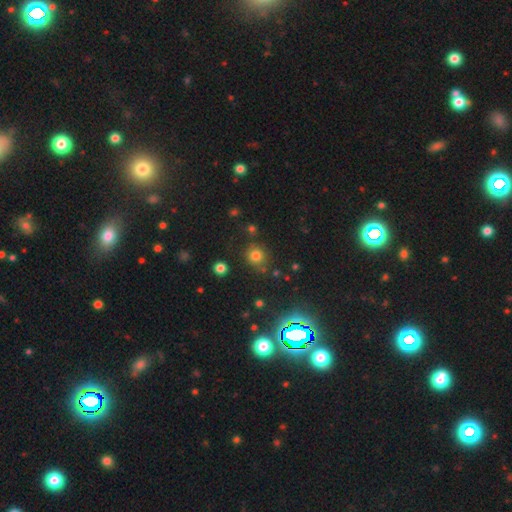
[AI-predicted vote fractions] Overall: smooth (73%). How rounded: round (87%). Merging: none (78%).